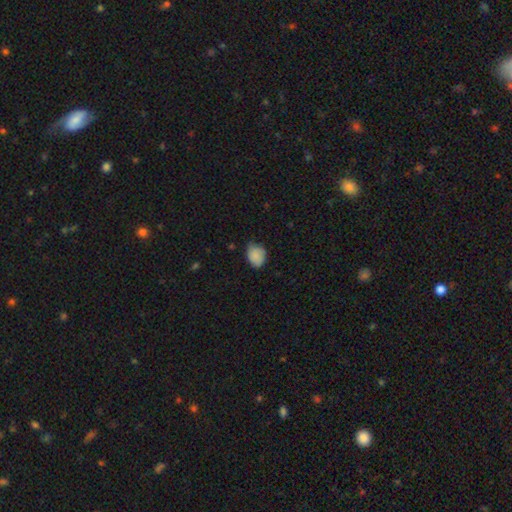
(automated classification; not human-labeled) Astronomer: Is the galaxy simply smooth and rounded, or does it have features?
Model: smooth — 86%.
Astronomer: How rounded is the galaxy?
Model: in between — 61% (runner-up: round, 38%).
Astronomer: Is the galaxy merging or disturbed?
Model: none — 61%.